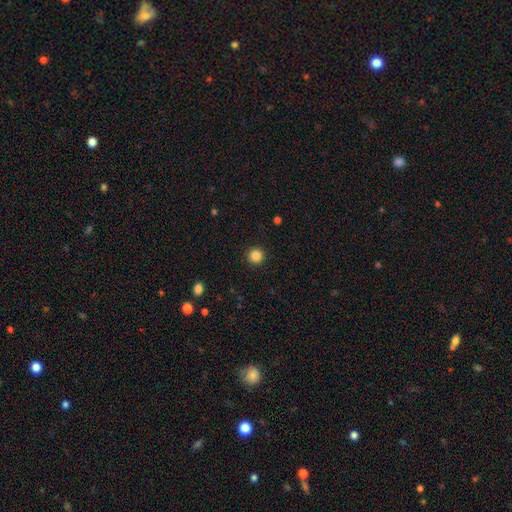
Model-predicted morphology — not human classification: smooth 85%, star or artifact 11%, featured or disk 4%. Down the decision tree: how rounded — round (95%); merging — none (92%).